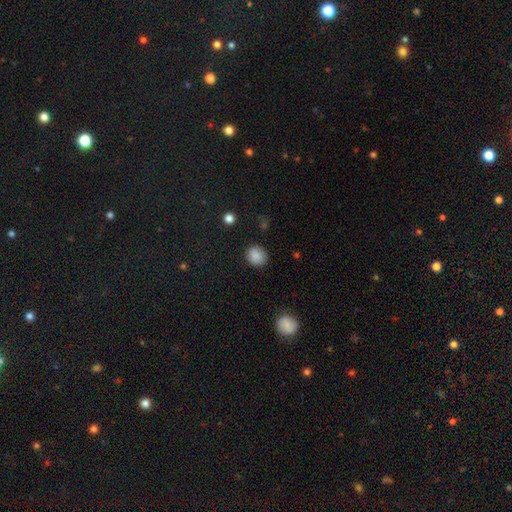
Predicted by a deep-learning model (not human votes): A smooth galaxy with no disk features (87%) that is round (80%). Merging: none (87%).